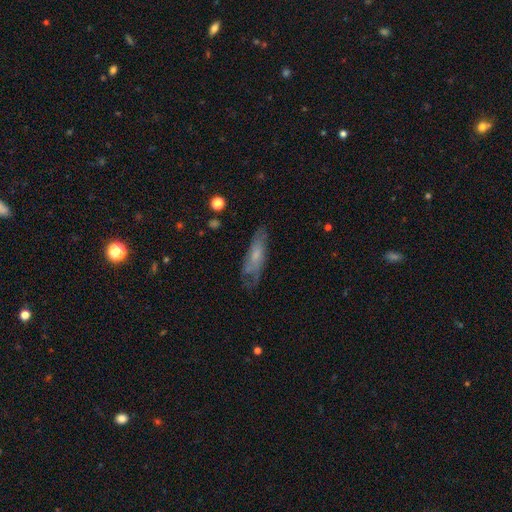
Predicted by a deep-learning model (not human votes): Smooth or featured? Predicted: smooth (p=0.49). Merging? Predicted: none (p=0.61).